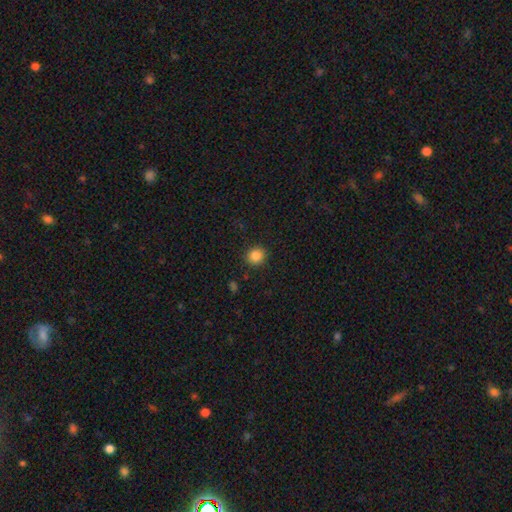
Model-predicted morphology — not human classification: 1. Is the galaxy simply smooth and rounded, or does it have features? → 86% smooth, 10% star or artifact, 4% featured or disk.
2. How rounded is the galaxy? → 88% round, 11% in between, 1% cigar-shaped.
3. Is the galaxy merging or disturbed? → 90% none, 6% minor disturbance, 2% major disturbance, 1% merger.